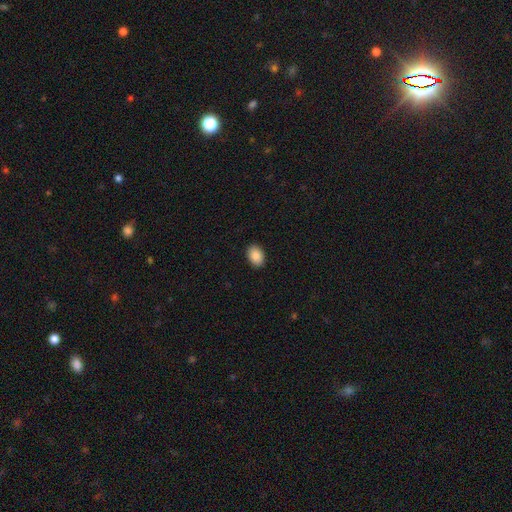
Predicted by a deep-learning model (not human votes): The model was most divided on "how rounded": in between: 83%, round: 16%, cigar-shaped: 1%. More confident: merging — none (90%); smooth or featured — smooth (90%).